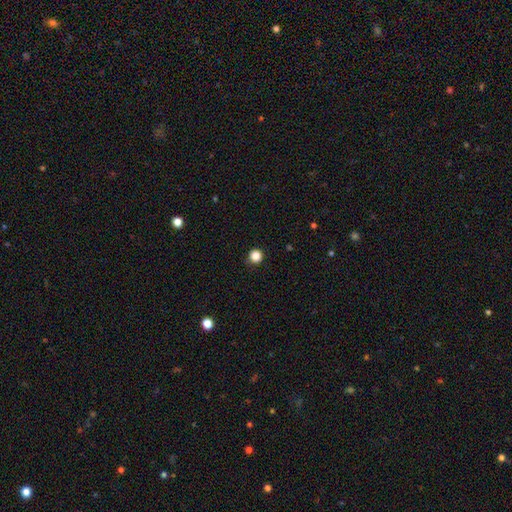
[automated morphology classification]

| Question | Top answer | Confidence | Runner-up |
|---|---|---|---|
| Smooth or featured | smooth | 85% | star or artifact (12%) |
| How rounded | round | 95% | in between (4%) |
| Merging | none | 91% | minor disturbance (6%) |